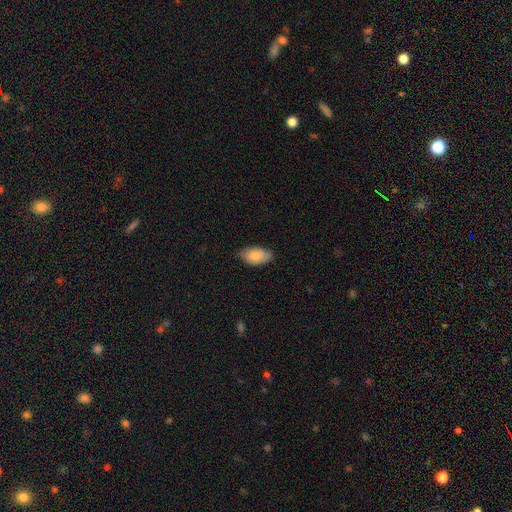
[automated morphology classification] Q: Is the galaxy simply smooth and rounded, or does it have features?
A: smooth — 84%.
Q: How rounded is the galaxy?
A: in between — 94%.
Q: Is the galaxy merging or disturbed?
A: none — 73%.